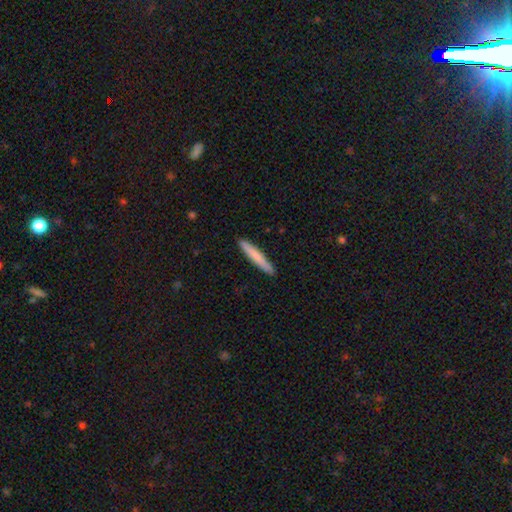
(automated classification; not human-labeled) This appears to be a smooth galaxy with no disk features (76%) that is cigar-shaped (96%). Merging: none (92%).